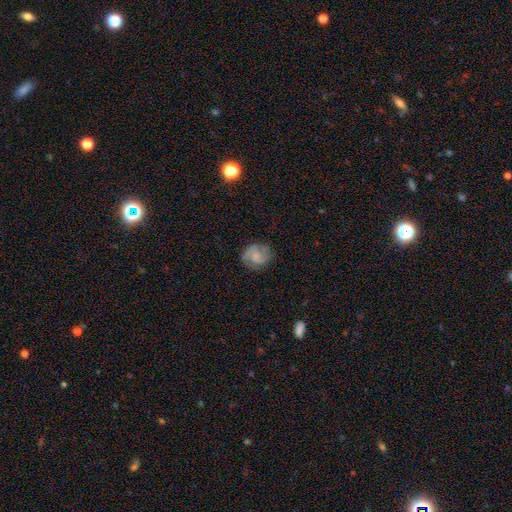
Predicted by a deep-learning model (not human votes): Smooth or featured?
  - featured or disk: 59% *
  - smooth: 33%
  - star or artifact: 8%
Edge-on disk?
  - no: 98% *
  - yes: 2%
Bar?
  - no: 62% *
  - weak: 33%
  - strong: 5%
Spiral arms?
  - yes: 90% *
  - no: 10%
Spiral winding?
  - medium: 48% *
  - tight: 33%
  - loose: 19%
Spiral arm count?
  - 2: 77% *
  - can't tell: 11%
  - 3: 5%
  - 1: 4%
  - 4: 2%
  - more than 4: 2%
Bulge size?
  - small: 41% *
  - none: 35%
  - moderate: 19%
  - large: 3%
  - dominant: 1%
Merging?
  - none: 73% *
  - minor disturbance: 18%
  - major disturbance: 7%
  - merger: 1%